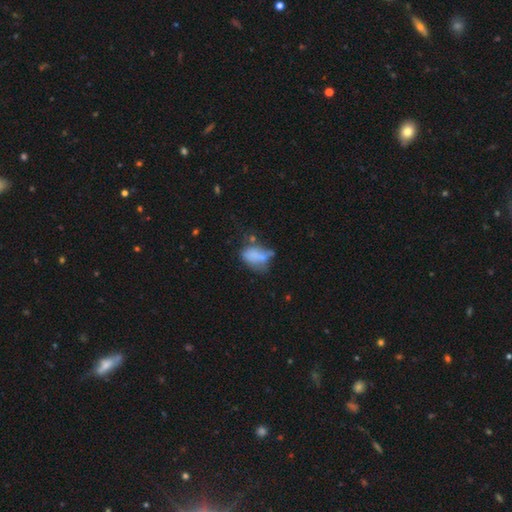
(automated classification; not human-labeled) Smooth or featured? Predicted: smooth (p=0.65). How rounded? Predicted: in between (p=0.83). Merging? Predicted: none (p=0.29).